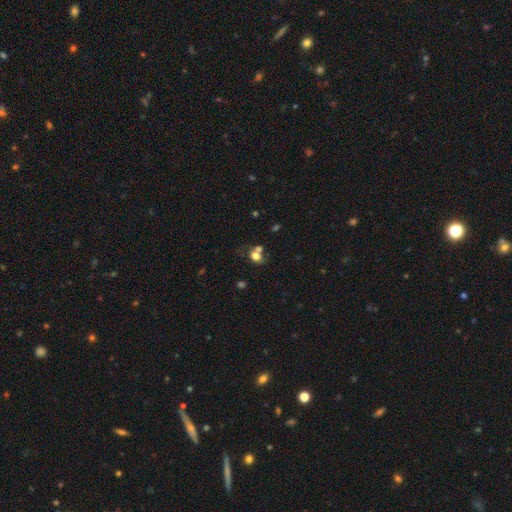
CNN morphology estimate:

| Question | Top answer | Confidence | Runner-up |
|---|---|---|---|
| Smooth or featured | smooth | 74% | star or artifact (14%) |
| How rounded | round | 54% | in between (45%) |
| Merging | none | 43% | merger (38%) |